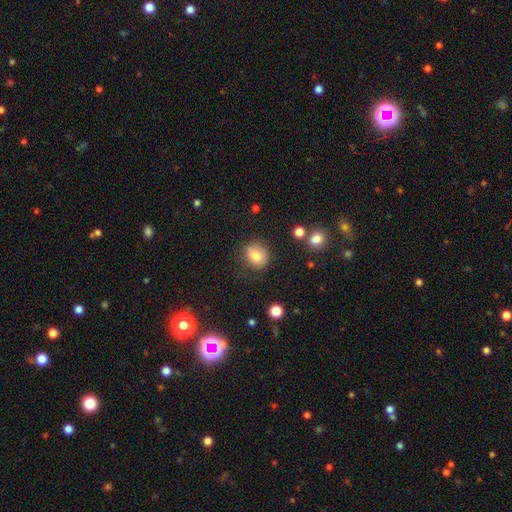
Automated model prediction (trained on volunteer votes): Overall: smooth (80%). How rounded: round (64%; in between 35%). Merging: none (76%).